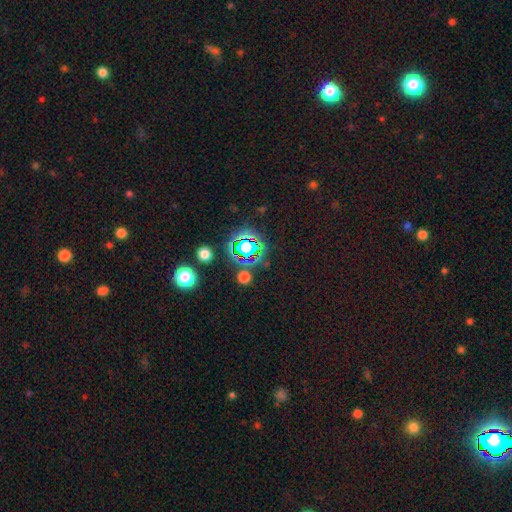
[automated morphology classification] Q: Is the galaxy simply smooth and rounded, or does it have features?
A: star or artifact — 75%.